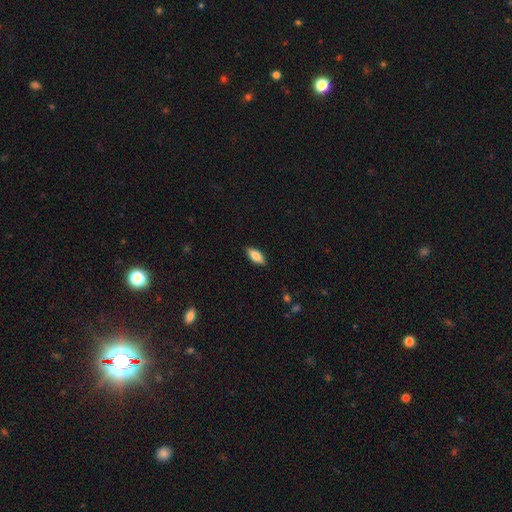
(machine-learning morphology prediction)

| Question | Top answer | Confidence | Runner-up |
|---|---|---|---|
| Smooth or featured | smooth | 79% | featured or disk (15%) |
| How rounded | in between | 82% | cigar-shaped (15%) |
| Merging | none | 88% | minor disturbance (9%) |